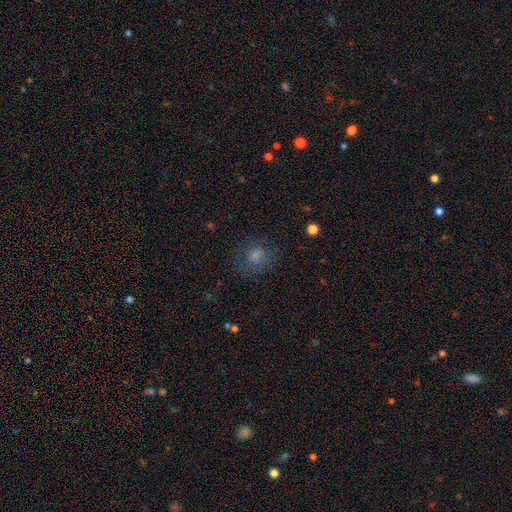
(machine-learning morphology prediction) smooth-or-featured: smooth: 61% | star or artifact: 22% | featured or disk: 18%
  how-rounded: round: 74% | in between: 25% | cigar-shaped: 1%
  merging: none: 74% | minor disturbance: 15% | major disturbance: 10% | merger: 1%